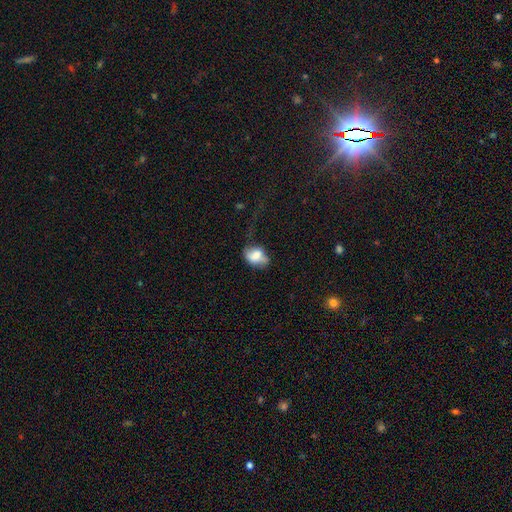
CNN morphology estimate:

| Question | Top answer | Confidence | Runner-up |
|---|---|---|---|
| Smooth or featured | smooth | 67% | featured or disk (24%) |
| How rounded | in between | 73% | round (26%) |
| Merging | none | 38% | minor disturbance (30%) |